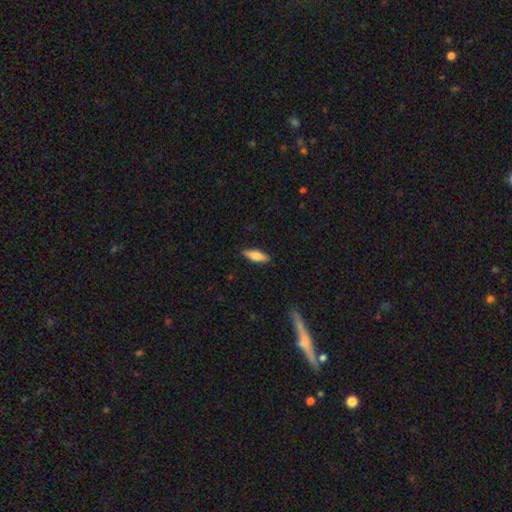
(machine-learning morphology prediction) A smooth galaxy with no disk features (68%) that is cigar-shaped (50%).

Vote fractions:
- Smooth or featured? smooth: 68% / featured or disk: 26% / star or artifact: 6%
- How rounded? cigar-shaped: 50% / in between: 48% / round: 2%
- Merging? none: 88% / minor disturbance: 9% / major disturbance: 2% / merger: 1%